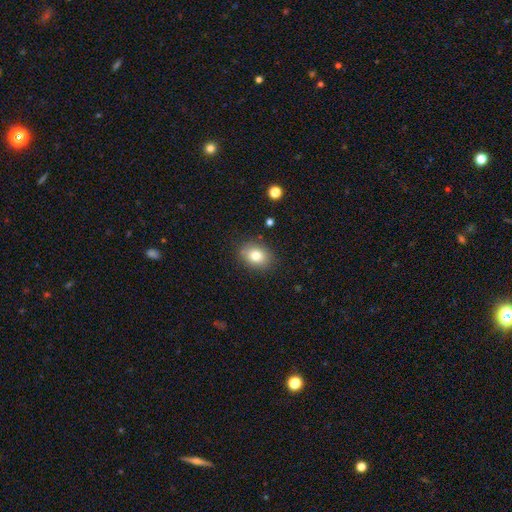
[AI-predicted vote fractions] smooth 81%, star or artifact 10%, featured or disk 9%. Down the decision tree: how rounded — in between (59%); merging — none (84%).